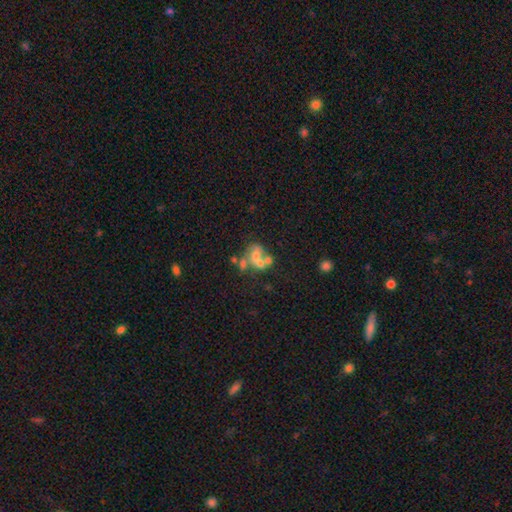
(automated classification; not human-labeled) Morphology: type=featured or disk (46%); merging=merger (52%).